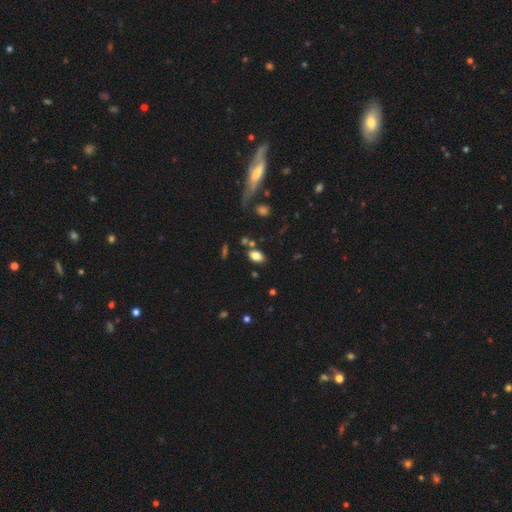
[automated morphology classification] Overall: smooth (82%). How rounded: in between (89%). Merging: none (76%).